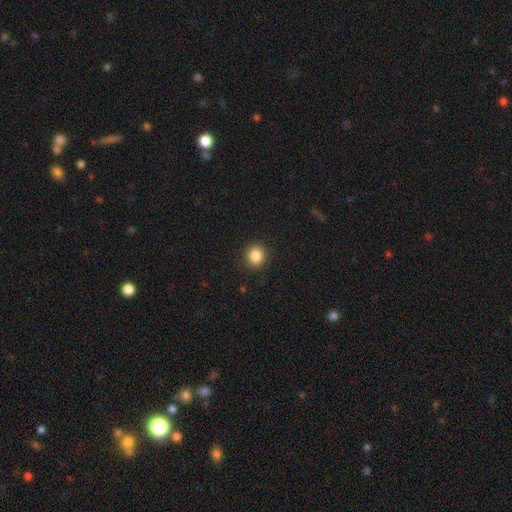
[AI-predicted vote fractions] Q: Smooth or featured?
A: smooth (86%); runner-up: star or artifact (10%)
Q: How rounded?
A: round (82%); runner-up: in between (17%)
Q: Merging?
A: none (90%); runner-up: minor disturbance (7%)